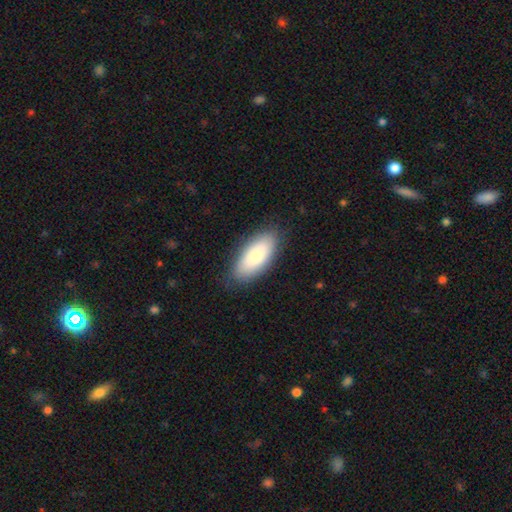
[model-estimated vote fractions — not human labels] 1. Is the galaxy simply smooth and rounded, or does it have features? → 83% smooth, 12% featured or disk, 6% star or artifact.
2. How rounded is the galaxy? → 87% in between, 11% cigar-shaped, 2% round.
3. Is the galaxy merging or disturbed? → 85% none, 12% minor disturbance, 3% major disturbance, 1% merger.